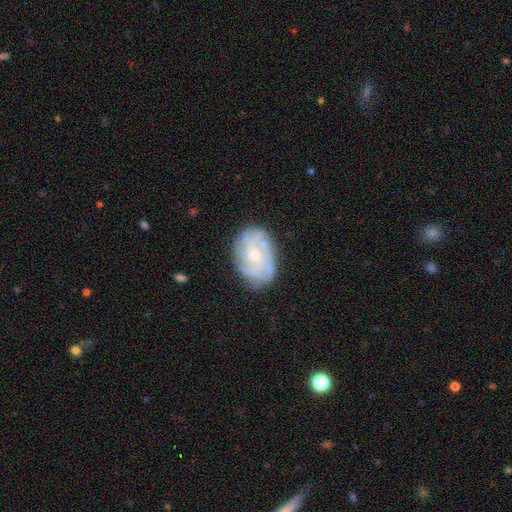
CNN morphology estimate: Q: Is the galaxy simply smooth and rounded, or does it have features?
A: featured or disk — 68%.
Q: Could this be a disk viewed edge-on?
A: no — 97%.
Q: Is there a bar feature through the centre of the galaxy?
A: no — 78%.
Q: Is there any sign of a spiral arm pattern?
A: yes — 84%.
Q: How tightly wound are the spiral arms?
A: tight — 56%.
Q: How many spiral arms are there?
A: can't tell — 46%.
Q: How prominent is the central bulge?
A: small — 64%.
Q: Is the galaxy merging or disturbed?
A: none — 75%.